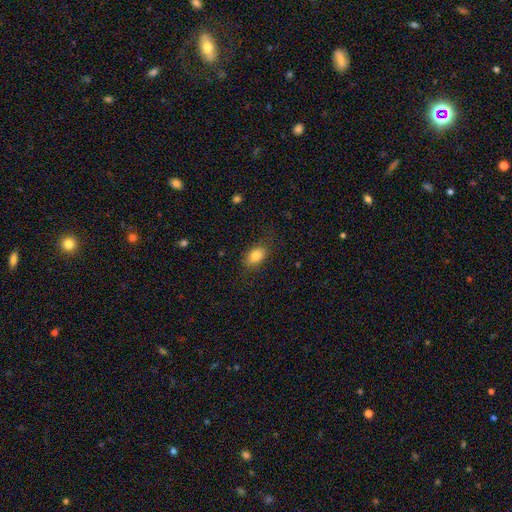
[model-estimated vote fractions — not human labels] This is clearly a smooth galaxy (83%). How rounded: clearly in between (85%). Merging: clearly none (80%).